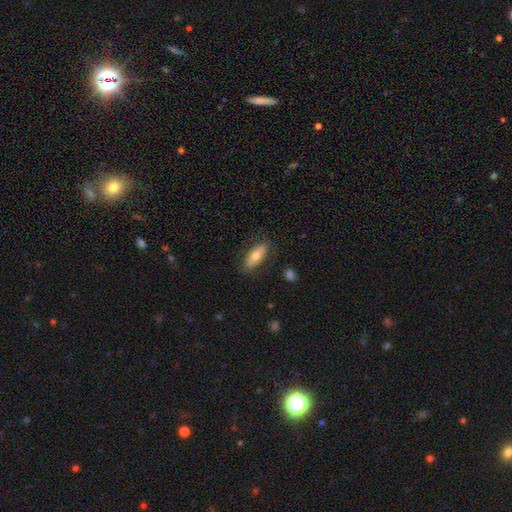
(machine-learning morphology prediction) smooth-or-featured: smooth: 68% | featured or disk: 26% | star or artifact: 6%
  how-rounded: in between: 80% | cigar-shaped: 17% | round: 3%
  merging: none: 80% | minor disturbance: 14% | major disturbance: 4% | merger: 2%